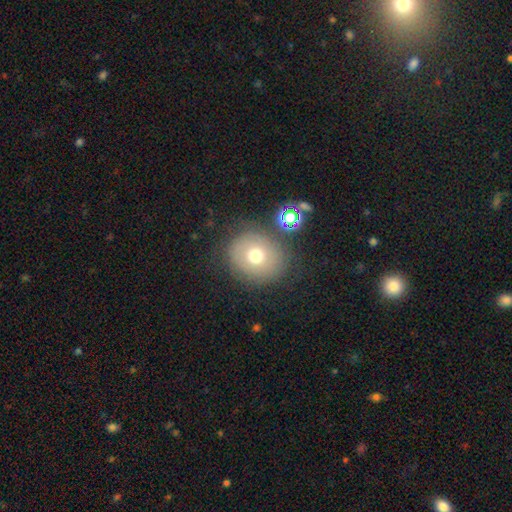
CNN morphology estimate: smooth 65%, featured or disk 21%, star or artifact 14%. Down the decision tree: how rounded — round (80%); merging — none (75%).